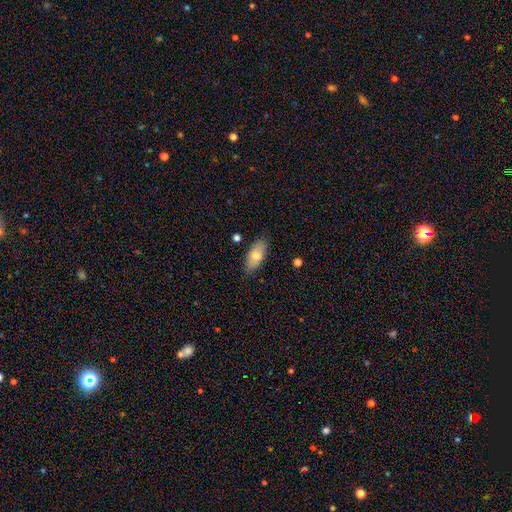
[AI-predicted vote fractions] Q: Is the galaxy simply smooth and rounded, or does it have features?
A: smooth — 74%.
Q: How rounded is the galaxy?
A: in between — 86%.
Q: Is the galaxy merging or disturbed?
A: none — 86%.